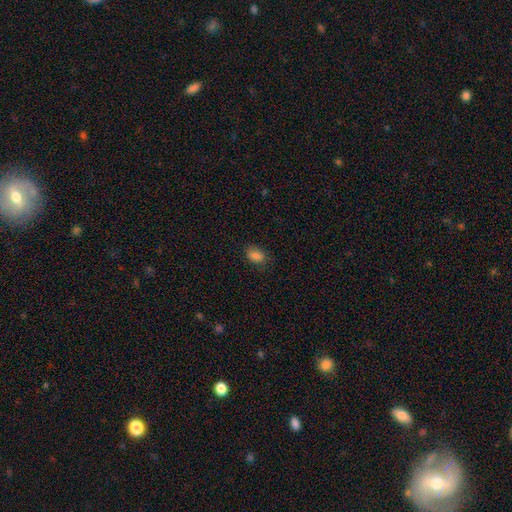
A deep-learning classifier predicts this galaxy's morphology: Smooth or featured?
  - smooth: 85% *
  - star or artifact: 10%
  - featured or disk: 5%
How rounded?
  - in between: 83% *
  - round: 15%
  - cigar-shaped: 2%
Merging?
  - none: 79% *
  - minor disturbance: 16%
  - major disturbance: 4%
  - merger: 1%